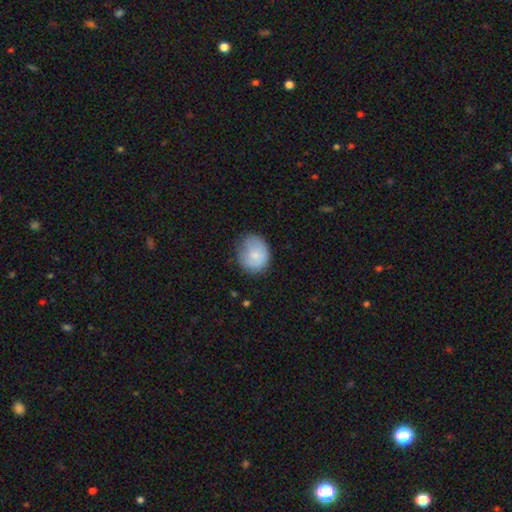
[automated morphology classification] Overall: smooth (77%). How rounded: round (65%; in between 34%). Merging: none (60%; minor disturbance 29%).